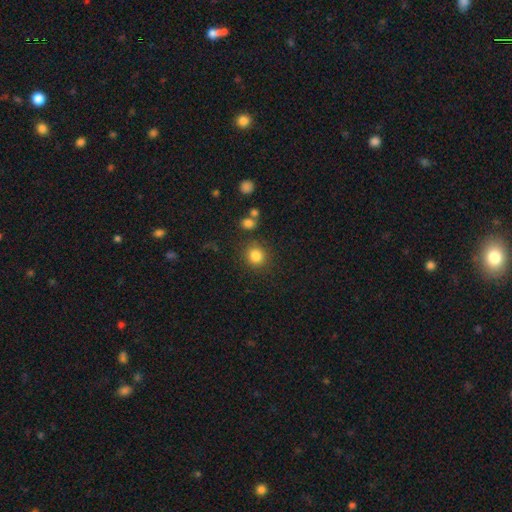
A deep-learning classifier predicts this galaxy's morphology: Smooth or featured? smooth (84%)
How rounded? round (90%)
Merging? none (85%)